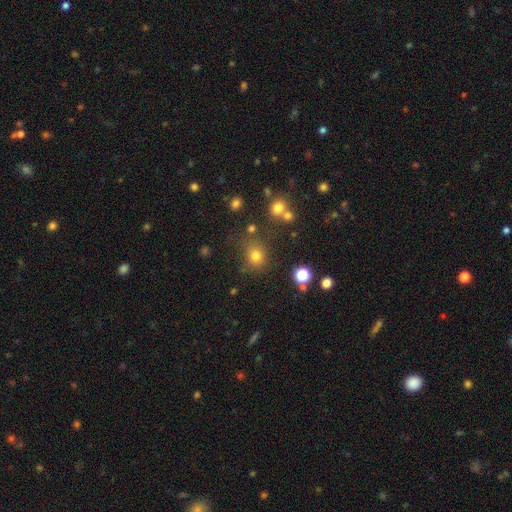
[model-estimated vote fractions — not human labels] Morphology: type=smooth (73%); roundness=round (78%); merging=none (75%).